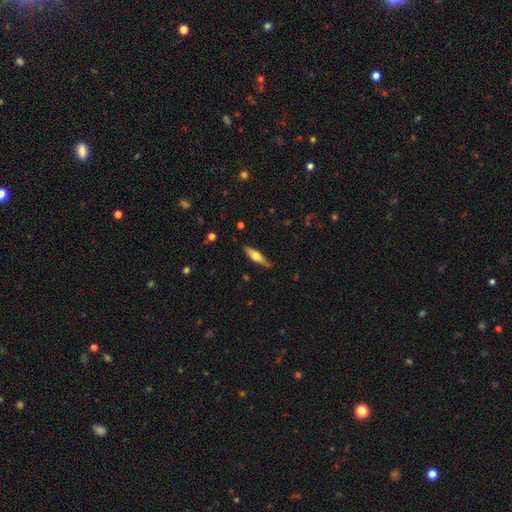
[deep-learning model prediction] This appears to be a featured or disk galaxy (59%) viewed edge-on (95%) with a rounded central bulge (91%). Merging: none (85%).